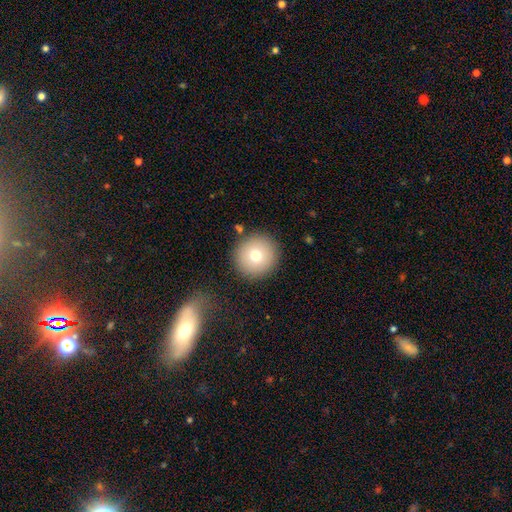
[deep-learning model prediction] Morphology: type=smooth (73%); roundness=round (94%); merging=none (88%).